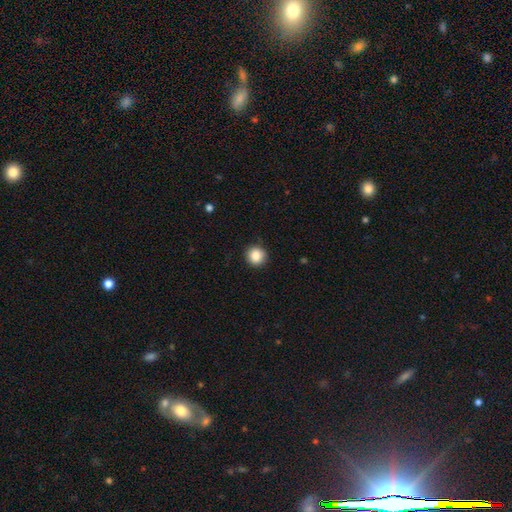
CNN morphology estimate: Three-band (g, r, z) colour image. It shows a smooth galaxy with no disk features (87%) that is round (93%). Merging: none (89%).